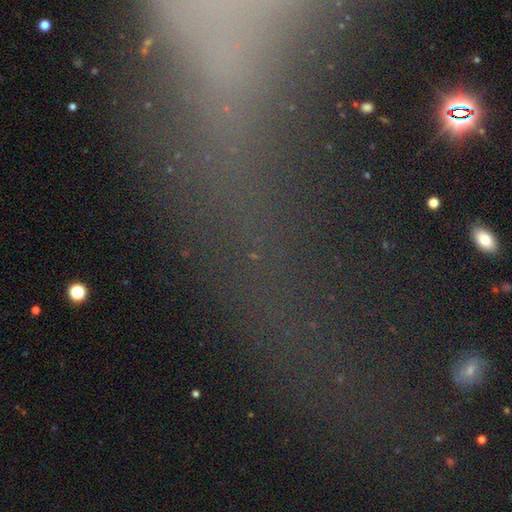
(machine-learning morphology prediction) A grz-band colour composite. It shows a star or artifact, not a galaxy (66%).